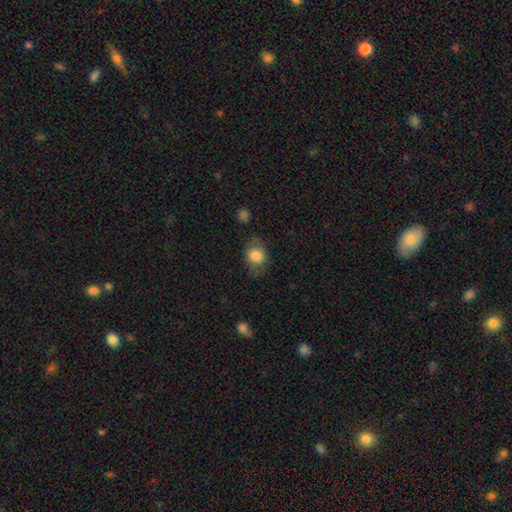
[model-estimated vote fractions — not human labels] The model was most divided on "how rounded": in between: 55%, round: 43%, cigar-shaped: 1%. More confident: smooth or featured — smooth (79%); merging — none (67%).